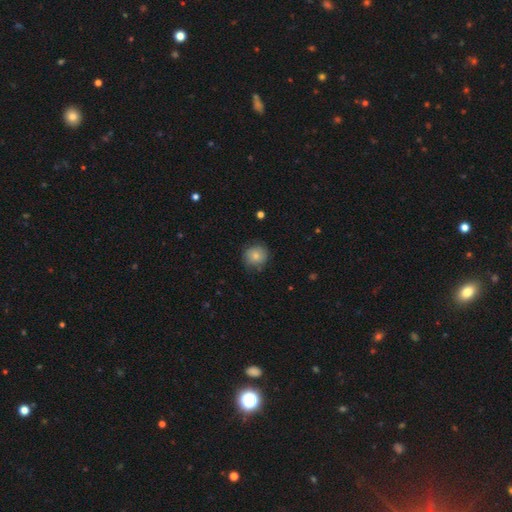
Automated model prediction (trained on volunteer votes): Smooth or featured? smooth (77%)
How rounded? round (89%)
Merging? none (78%)